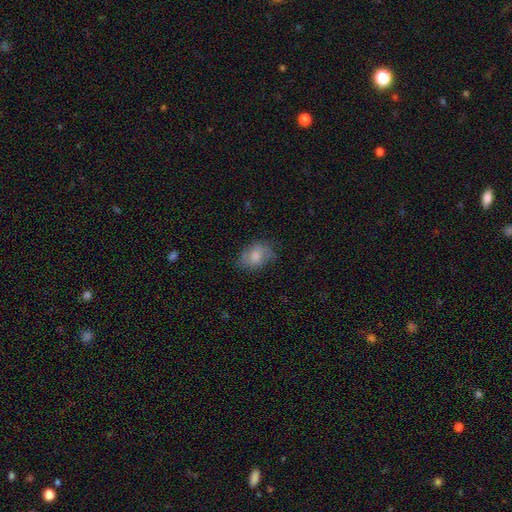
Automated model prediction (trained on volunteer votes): Smooth or featured? smooth (66%)
How rounded? in between (78%)
Merging? none (61%)